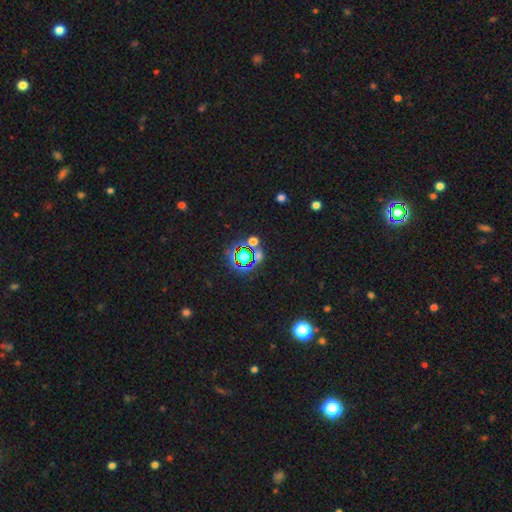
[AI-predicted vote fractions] This appears to be a star or artifact, not a galaxy (73%).